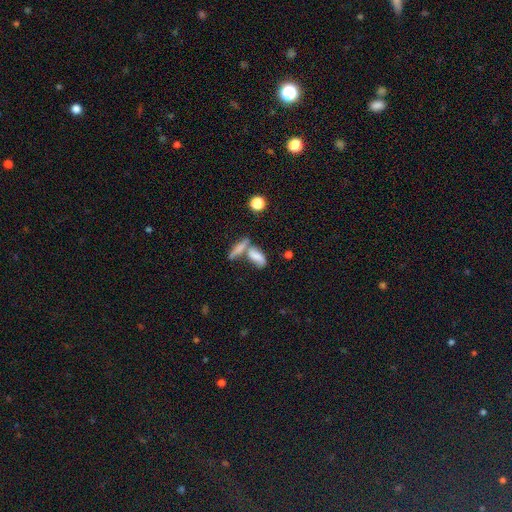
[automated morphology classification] Smooth or featured?
  - smooth: 62% *
  - featured or disk: 27%
  - star or artifact: 11%
How rounded?
  - in between: 66% *
  - cigar-shaped: 29%
  - round: 5%
Merging?
  - merger: 53% *
  - none: 28%
  - minor disturbance: 11%
  - major disturbance: 8%